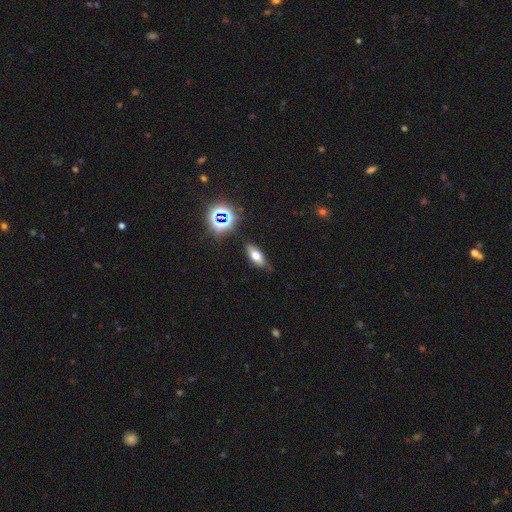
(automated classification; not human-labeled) Smooth or featured?
  - smooth: 63% *
  - featured or disk: 20%
  - star or artifact: 17%
How rounded?
  - in between: 76% *
  - cigar-shaped: 18%
  - round: 6%
Merging?
  - none: 76% *
  - minor disturbance: 17%
  - major disturbance: 4%
  - merger: 3%